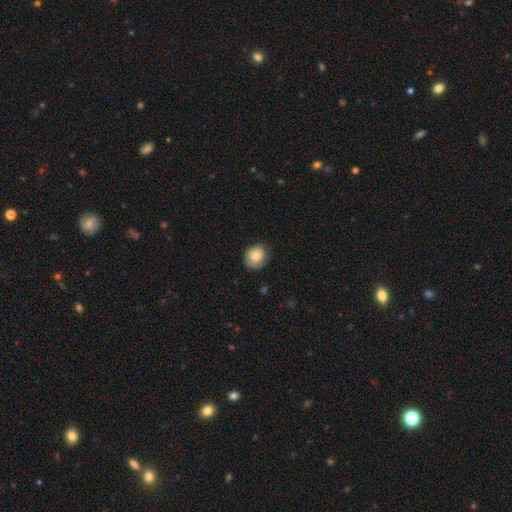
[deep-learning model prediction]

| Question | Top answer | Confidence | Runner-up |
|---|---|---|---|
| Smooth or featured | smooth | 80% | featured or disk (12%) |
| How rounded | round | 69% | in between (30%) |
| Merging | none | 71% | minor disturbance (23%) |